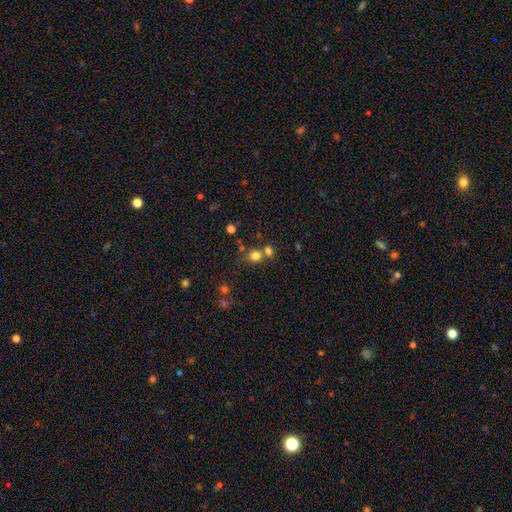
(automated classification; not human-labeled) Q: Smooth or featured?
A: smooth (76%); runner-up: star or artifact (16%)
Q: How rounded?
A: round (82%); runner-up: in between (17%)
Q: Merging?
A: none (56%); runner-up: merger (32%)